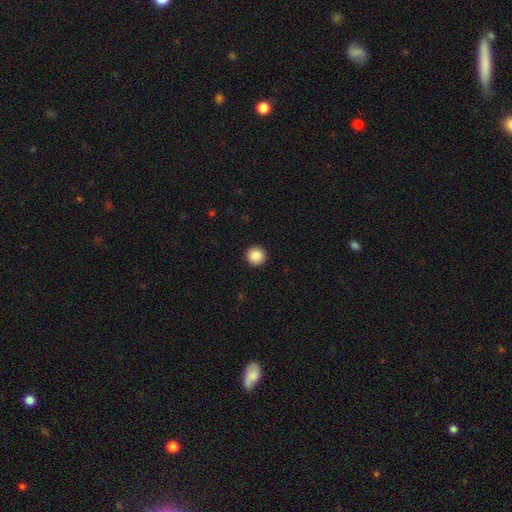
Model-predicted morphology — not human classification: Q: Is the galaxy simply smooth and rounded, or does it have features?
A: smooth — 89%.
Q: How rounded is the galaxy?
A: round — 96%.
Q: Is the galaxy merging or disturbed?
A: none — 93%.